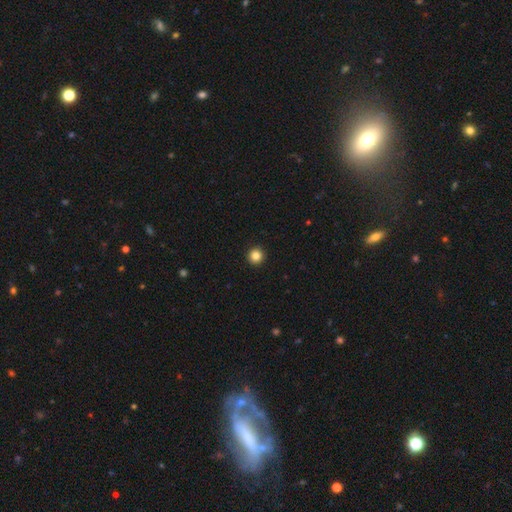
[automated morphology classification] smooth 85%, star or artifact 11%, featured or disk 4%. Down the decision tree: how rounded — round (96%); merging — none (94%).